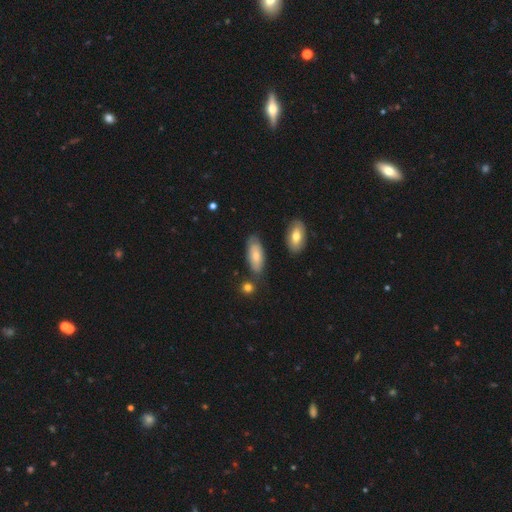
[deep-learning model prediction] Q: Smooth or featured?
A: smooth (68%); runner-up: featured or disk (25%)
Q: How rounded?
A: in between (85%); runner-up: cigar-shaped (12%)
Q: Merging?
A: none (71%); runner-up: minor disturbance (20%)